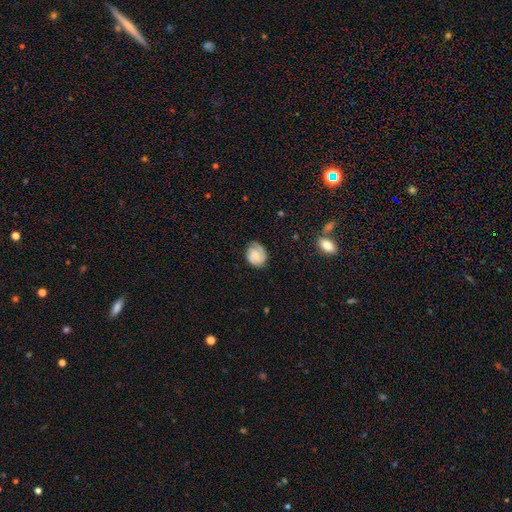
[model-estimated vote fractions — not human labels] A featured or disk galaxy (59%) with no bar (65%), 2 (45%) tight (60%) spiral arms (92%) and a small central bulge (45%). Merging: none (69%).